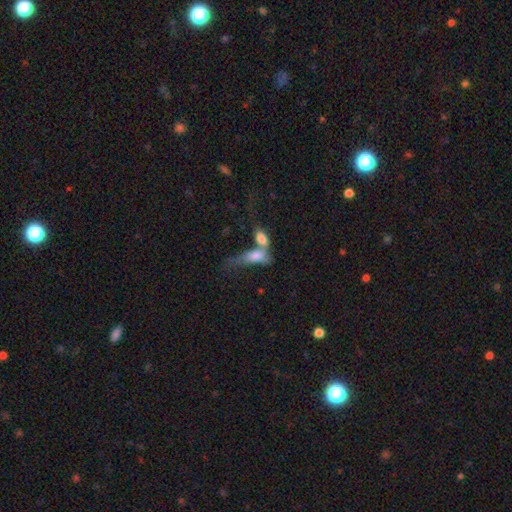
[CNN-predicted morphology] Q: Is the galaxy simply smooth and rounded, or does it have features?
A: smooth — 68%.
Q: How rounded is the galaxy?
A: in between — 77%.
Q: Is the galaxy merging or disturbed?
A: merger — 71%.